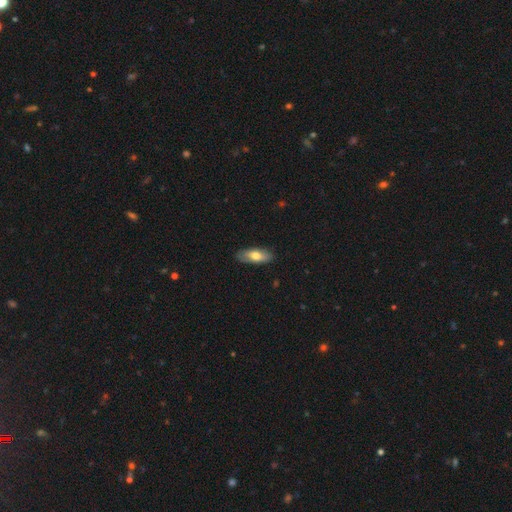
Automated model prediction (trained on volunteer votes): Smooth or featured? smooth (67%)
How rounded? in between (75%)
Merging? none (85%)